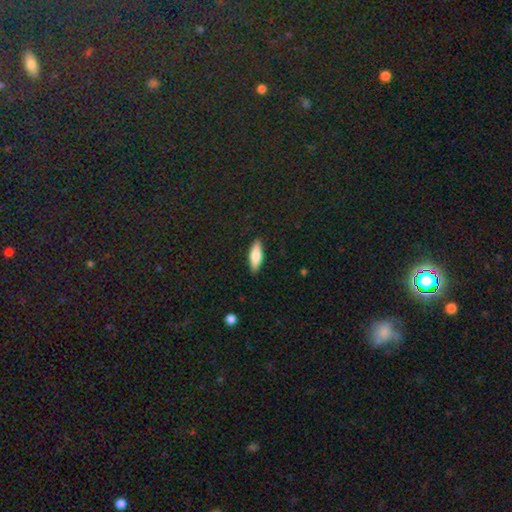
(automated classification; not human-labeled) Smooth or featured? smooth (69%)
How rounded? in between (53%)
Merging? none (89%)